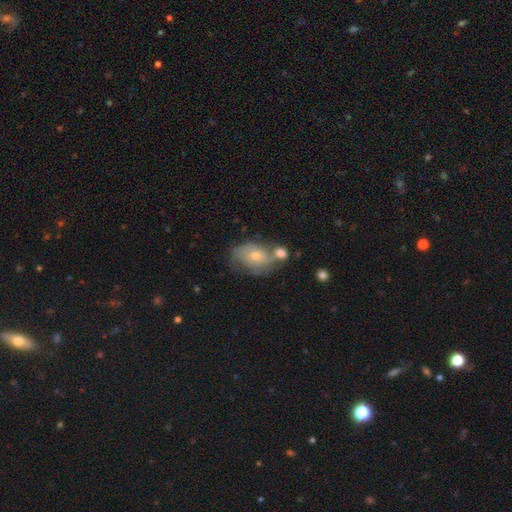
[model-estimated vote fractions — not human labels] smooth_or_featured: smooth (p=0.46) [alt: featured or disk p=0.45]
merging: none (p=0.40) [alt: merger p=0.29]